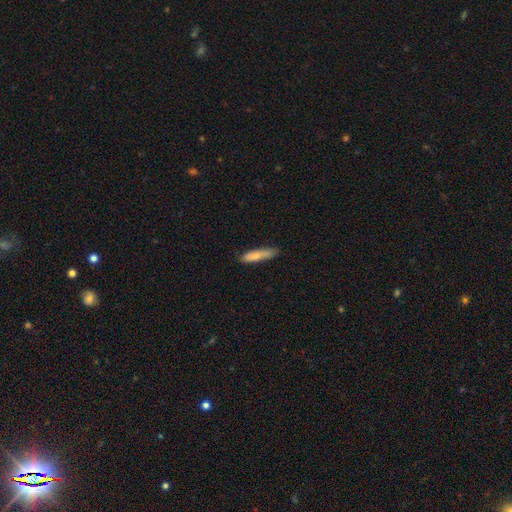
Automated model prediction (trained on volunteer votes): smooth 75%, featured or disk 19%, star or artifact 6%. Down the decision tree: how rounded — cigar-shaped (78%); merging — none (73%).